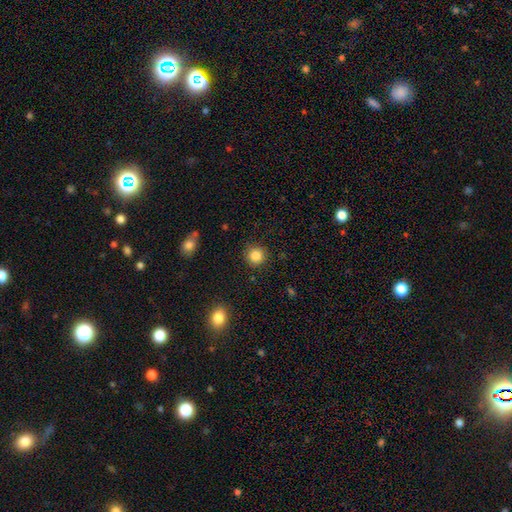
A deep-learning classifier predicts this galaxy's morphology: Q: Smooth or featured?
A: smooth (85%); runner-up: star or artifact (10%)
Q: How rounded?
A: round (93%); runner-up: in between (6%)
Q: Merging?
A: none (89%); runner-up: minor disturbance (7%)